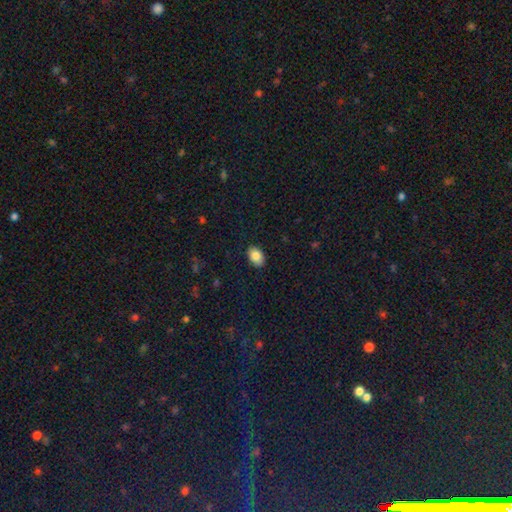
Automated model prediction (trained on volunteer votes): Smooth or featured? smooth (86%)
How rounded? in between (89%)
Merging? none (88%)